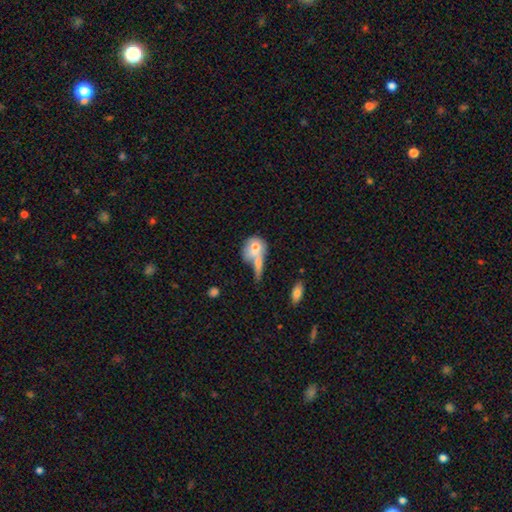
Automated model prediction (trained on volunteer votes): The model was most divided on "how rounded": round: 58%, in between: 38%, cigar-shaped: 4%. Remaining: smooth or featured — smooth (65%); merging — merger (47%).